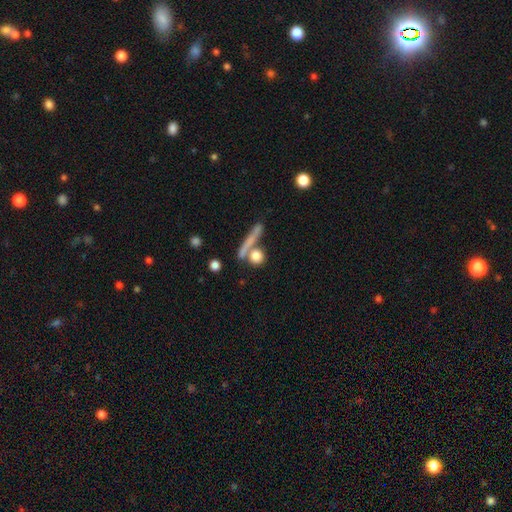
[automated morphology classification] Q: Smooth or featured?
A: smooth (74%); runner-up: featured or disk (16%)
Q: How rounded?
A: round (72%); runner-up: cigar-shaped (15%)
Q: Merging?
A: none (60%); runner-up: merger (23%)